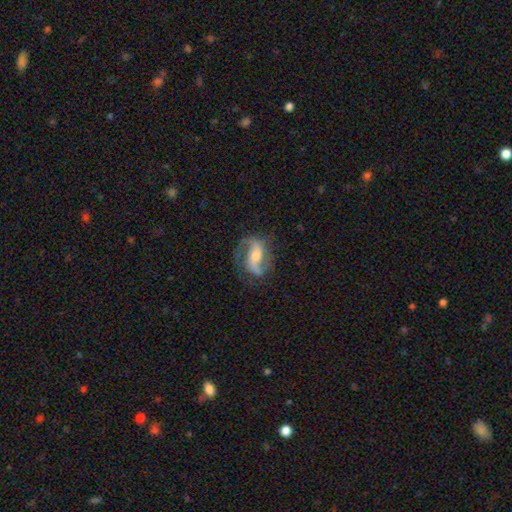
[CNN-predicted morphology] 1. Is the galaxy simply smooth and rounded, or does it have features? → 87% featured or disk, 8% smooth, 5% star or artifact.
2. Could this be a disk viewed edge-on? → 96% no, 4% yes.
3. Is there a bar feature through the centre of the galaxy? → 37% weak, 36% strong, 27% no.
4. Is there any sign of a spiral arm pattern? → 96% yes, 4% no.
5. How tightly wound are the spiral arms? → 43% loose (tied), 43% medium (tied), 14% tight.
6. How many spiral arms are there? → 89% 2, 5% 1, 3% can't tell, 1% 3, 1% 4, 1% more than 4.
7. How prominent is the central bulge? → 58% moderate, 35% small, 4% large, 2% none, 1% dominant.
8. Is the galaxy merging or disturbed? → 74% none, 16% minor disturbance, 9% major disturbance, 1% merger.